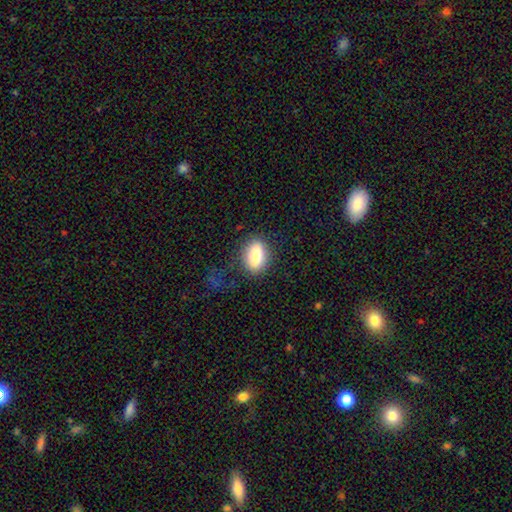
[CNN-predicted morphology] A smooth galaxy with no disk features (77%) that is in between round and cigar-shaped (83%).

Vote fractions:
- Smooth or featured? smooth: 77% / featured or disk: 15% / star or artifact: 8%
- How rounded? in between: 83% / round: 11% / cigar-shaped: 6%
- Merging? none: 81% / minor disturbance: 13% / major disturbance: 6% / merger: 1%